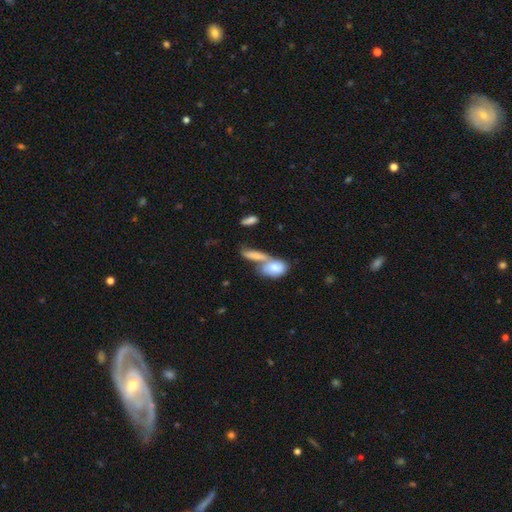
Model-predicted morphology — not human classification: This is likely a smooth galaxy (65%). How rounded: likely in between (70%). Merging: likely merger (63%).